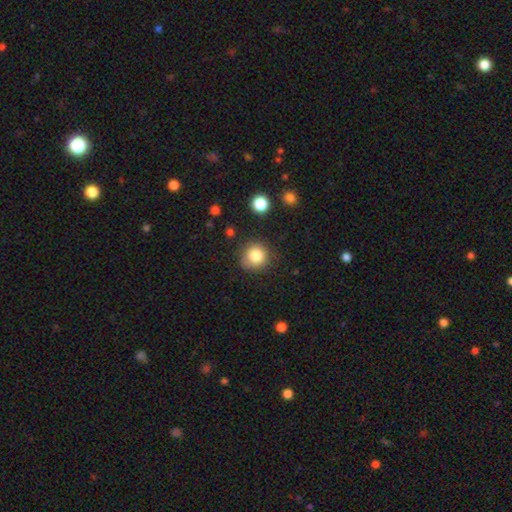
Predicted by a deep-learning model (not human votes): Q: Smooth or featured?
A: smooth (83%); runner-up: star or artifact (11%)
Q: How rounded?
A: round (92%); runner-up: in between (7%)
Q: Merging?
A: none (83%); runner-up: minor disturbance (12%)